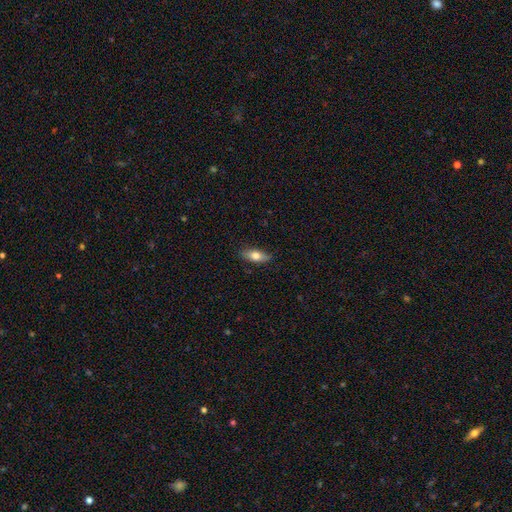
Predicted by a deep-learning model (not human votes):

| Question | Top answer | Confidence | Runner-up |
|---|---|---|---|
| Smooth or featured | smooth | 68% | featured or disk (26%) |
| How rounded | in between | 73% | cigar-shaped (24%) |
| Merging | none | 85% | minor disturbance (12%) |